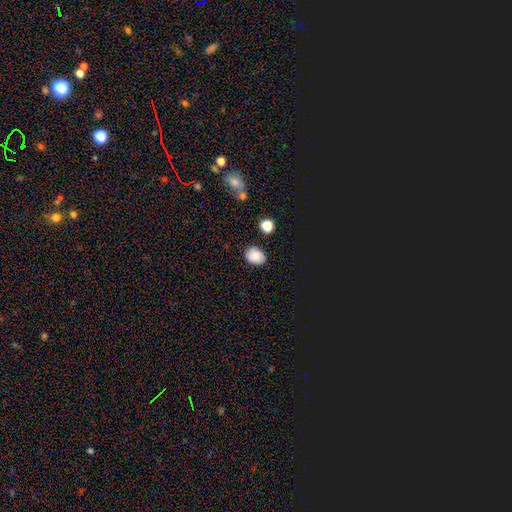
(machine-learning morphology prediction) type=smooth (76%); roundness=in between (53%); merging=none (80%).